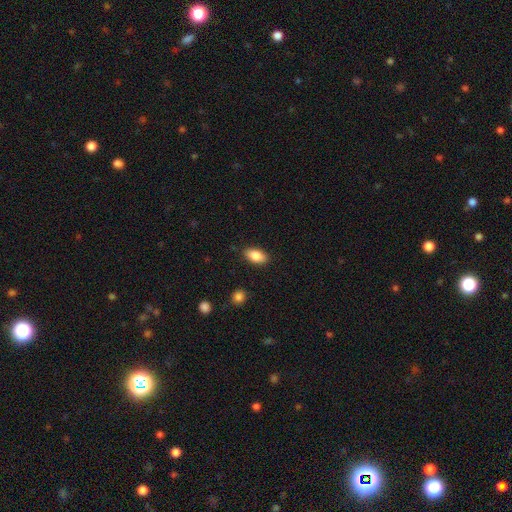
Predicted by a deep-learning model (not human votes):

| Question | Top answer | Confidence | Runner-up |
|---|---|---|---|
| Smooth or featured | smooth | 85% | star or artifact (7%) |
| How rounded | in between | 91% | cigar-shaped (4%) |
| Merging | none | 87% | minor disturbance (10%) |